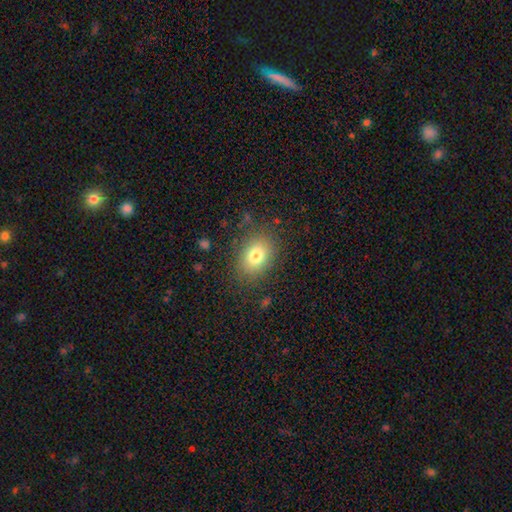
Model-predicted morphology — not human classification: Q: Smooth or featured?
A: smooth (78%); runner-up: featured or disk (11%)
Q: How rounded?
A: in between (65%); runner-up: round (34%)
Q: Merging?
A: none (83%); runner-up: minor disturbance (11%)